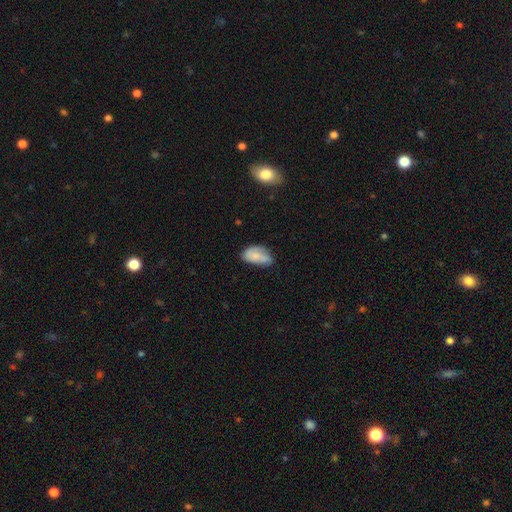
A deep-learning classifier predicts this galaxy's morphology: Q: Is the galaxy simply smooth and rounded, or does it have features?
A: smooth — 64%.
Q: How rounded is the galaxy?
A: in between — 92%.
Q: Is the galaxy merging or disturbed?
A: none — 50%.